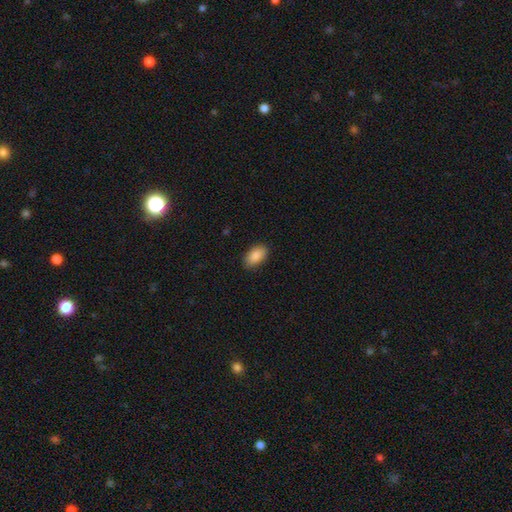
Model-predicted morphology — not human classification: Q: Smooth or featured?
A: smooth (90%); runner-up: star or artifact (6%)
Q: How rounded?
A: in between (94%); runner-up: round (4%)
Q: Merging?
A: none (87%); runner-up: minor disturbance (10%)